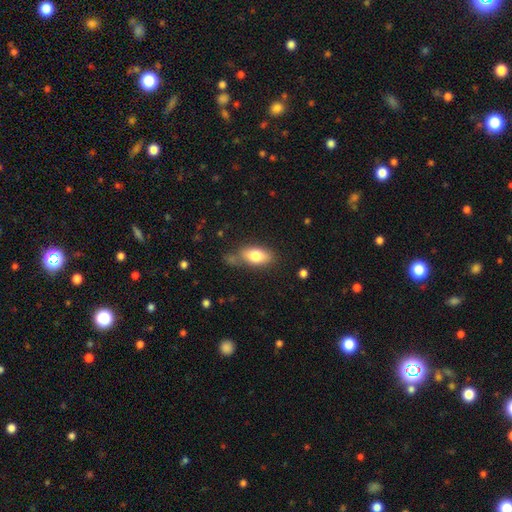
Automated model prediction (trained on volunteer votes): smooth-or-featured: smooth: 78% | featured or disk: 15% | star or artifact: 7%
  how-rounded: in between: 86% | cigar-shaped: 8% | round: 6%
  merging: none: 63% | minor disturbance: 22% | merger: 8% | major disturbance: 7%